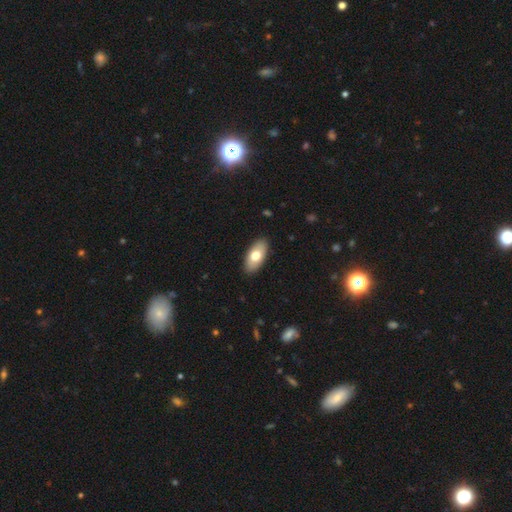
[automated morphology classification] Q: Smooth or featured?
A: smooth (70%); runner-up: featured or disk (24%)
Q: How rounded?
A: in between (92%); runner-up: cigar-shaped (5%)
Q: Merging?
A: none (89%); runner-up: minor disturbance (8%)